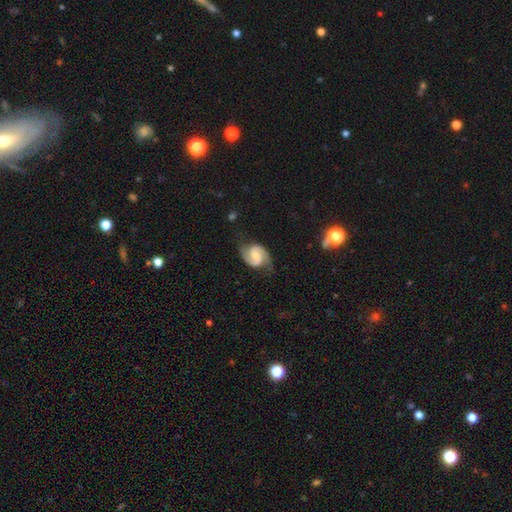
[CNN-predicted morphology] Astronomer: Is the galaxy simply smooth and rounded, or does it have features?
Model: featured or disk — 88%.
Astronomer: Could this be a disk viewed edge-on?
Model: no — 98%.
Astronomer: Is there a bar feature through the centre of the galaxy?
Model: weak — 50% (runner-up: no, 32%).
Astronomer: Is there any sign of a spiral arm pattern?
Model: yes — 98%.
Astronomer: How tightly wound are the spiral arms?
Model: medium — 58%.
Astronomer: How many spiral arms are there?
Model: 2 — 94%.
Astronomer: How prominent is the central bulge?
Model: small — 40% (runner-up: moderate, 38%).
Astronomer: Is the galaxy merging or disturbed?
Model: none — 77%.